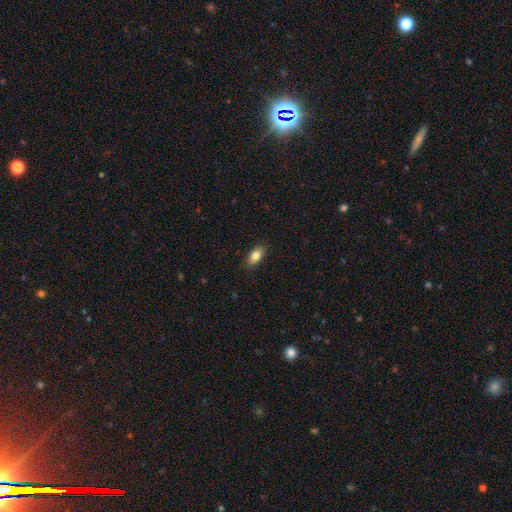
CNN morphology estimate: smooth 83%, featured or disk 9%, star or artifact 8%. Down the decision tree: how rounded — in between (89%); merging — none (87%).